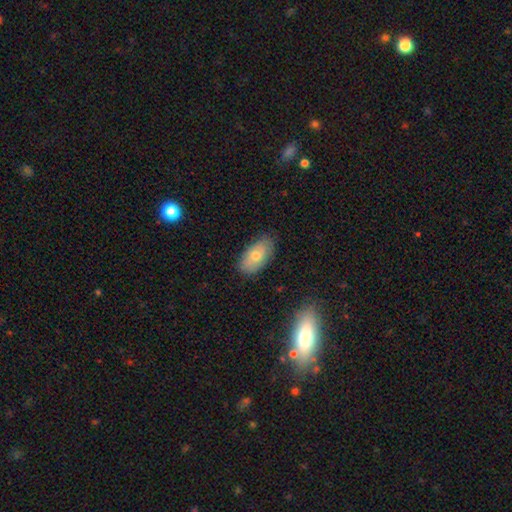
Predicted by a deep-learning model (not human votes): Smooth or featured? Predicted: smooth (p=0.68). How rounded? Predicted: in between (p=0.92). Merging? Predicted: none (p=0.81).